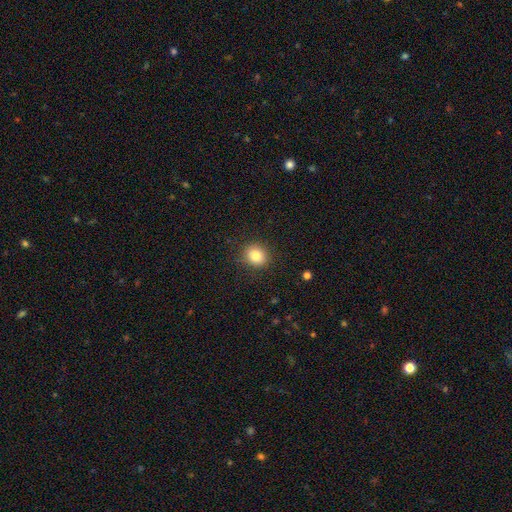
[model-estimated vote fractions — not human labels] smooth_or_featured: smooth (p=0.84) [alt: star or artifact p=0.10]
how_rounded: round (p=0.76) [alt: in between p=0.23]
merging: none (p=0.89) [alt: minor disturbance p=0.08]